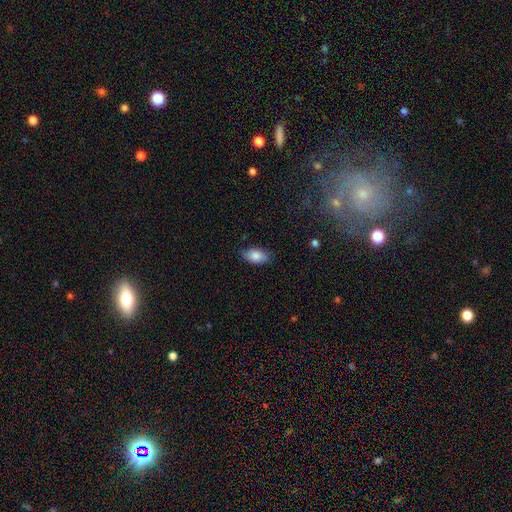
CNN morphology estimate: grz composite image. It shows a smooth galaxy with no disk features (85%) that is in between round and cigar-shaped (92%). Merging: none (79%).